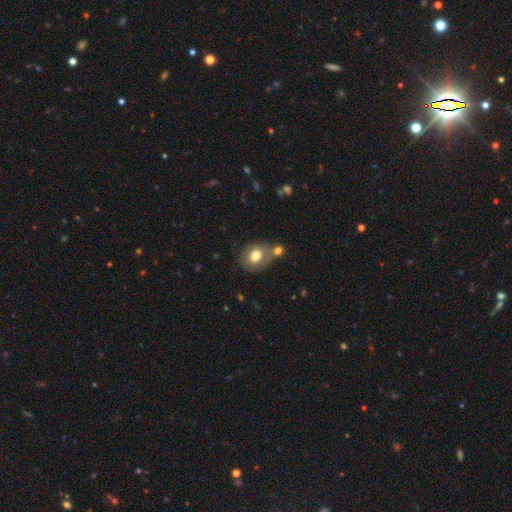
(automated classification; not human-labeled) smooth 75%, featured or disk 17%, star or artifact 9%. Down the decision tree: how rounded — round (60%); merging — none (58%).